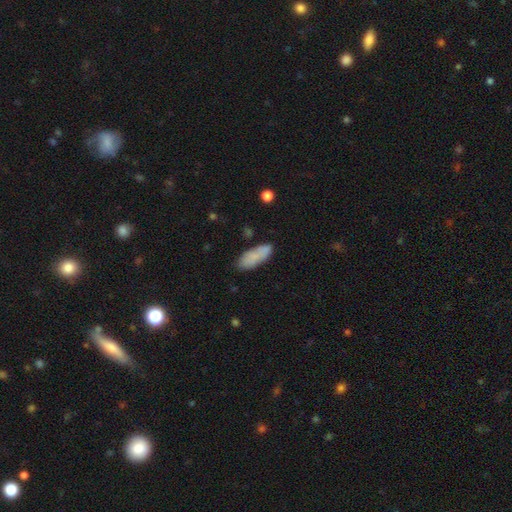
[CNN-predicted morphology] type=smooth (80%); roundness=in between (69%); merging=none (73%).